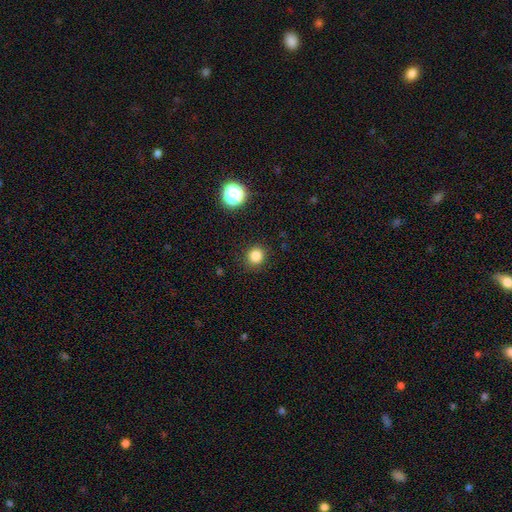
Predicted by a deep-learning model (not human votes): This appears to be a smooth galaxy with no disk features (83%) that is round (89%). Merging: none (89%).